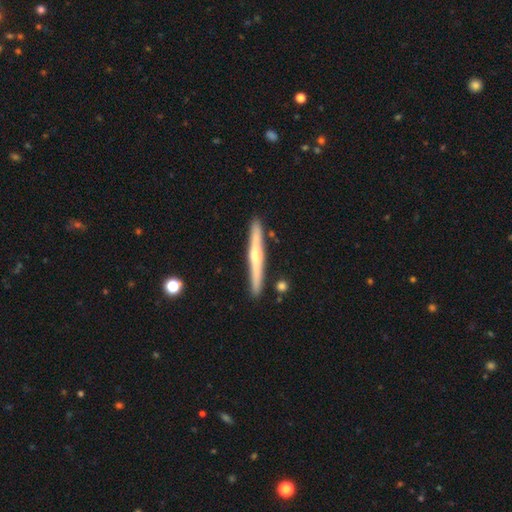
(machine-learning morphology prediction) featured or disk 62%, smooth 32%, star or artifact 6%. Down the decision tree: edge-on disk — yes (97%); edge-on bulge — rounded (72%); merging — none (89%).